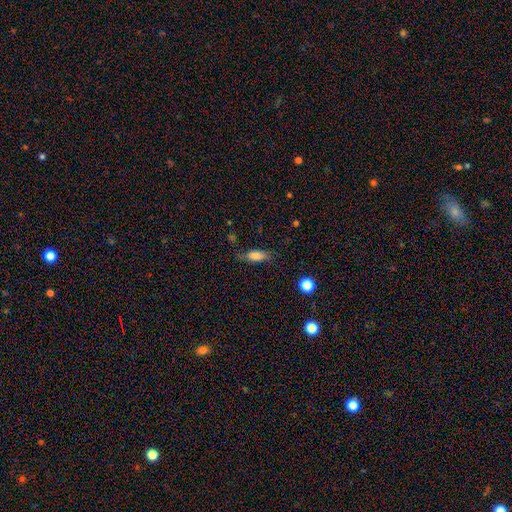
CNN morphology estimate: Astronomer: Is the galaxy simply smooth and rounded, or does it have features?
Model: smooth — 76%.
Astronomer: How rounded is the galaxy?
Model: in between — 75%.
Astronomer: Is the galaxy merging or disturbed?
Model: none — 68%.